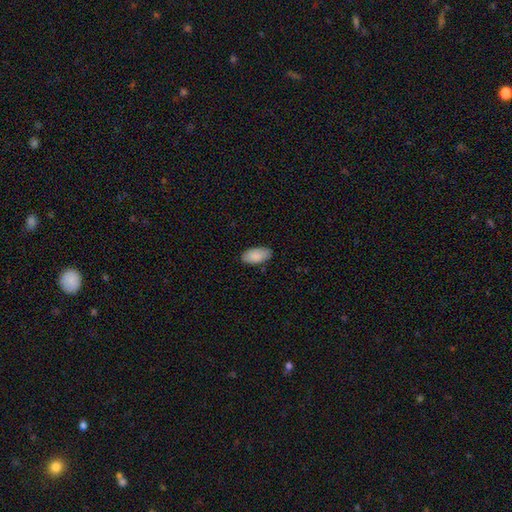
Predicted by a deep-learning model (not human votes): This appears to be a smooth galaxy with no disk features (88%) that is in between round and cigar-shaped (95%). Merging: none (83%).